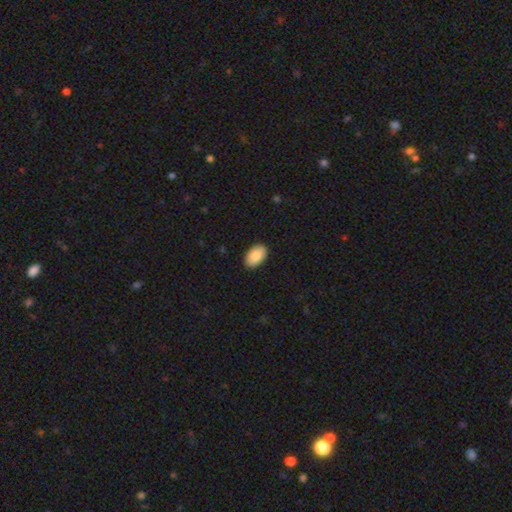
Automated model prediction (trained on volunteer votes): Q: Smooth or featured?
A: smooth (89%); runner-up: star or artifact (6%)
Q: How rounded?
A: in between (94%); runner-up: round (5%)
Q: Merging?
A: none (90%); runner-up: minor disturbance (7%)